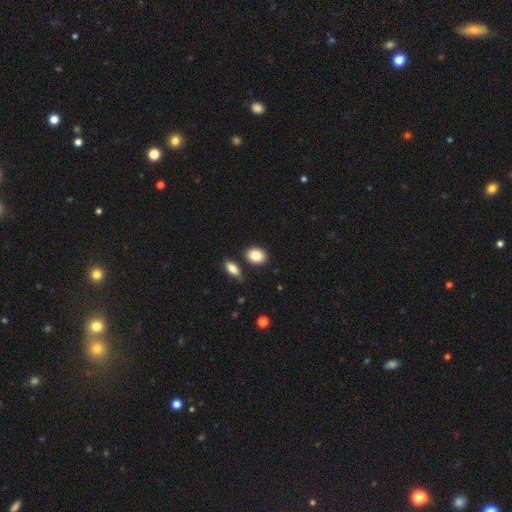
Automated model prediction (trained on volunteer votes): Smooth or featured? smooth (86%)
How rounded? in between (57%)
Merging? none (80%)